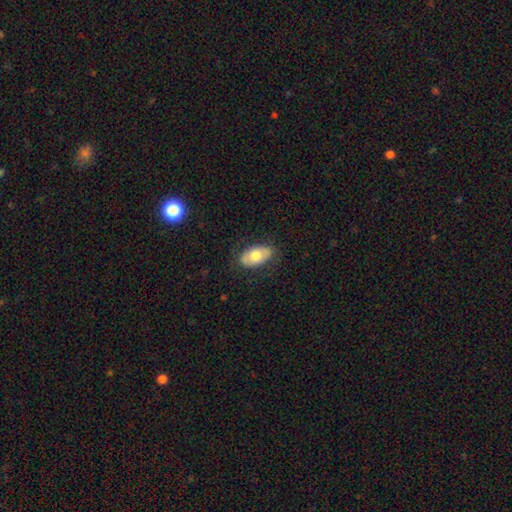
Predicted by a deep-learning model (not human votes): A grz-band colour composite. It shows a smooth galaxy with no disk features (67%) that is in between round and cigar-shaped (93%). Merging: none (81%).